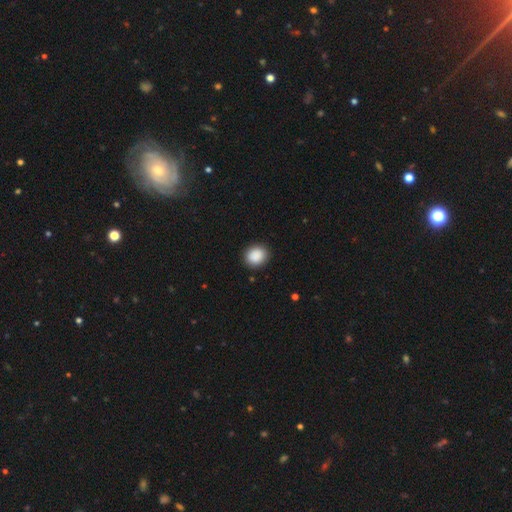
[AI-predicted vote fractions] This is clearly a smooth galaxy (89%). How rounded: likely round (70%). Merging: clearly none (89%).